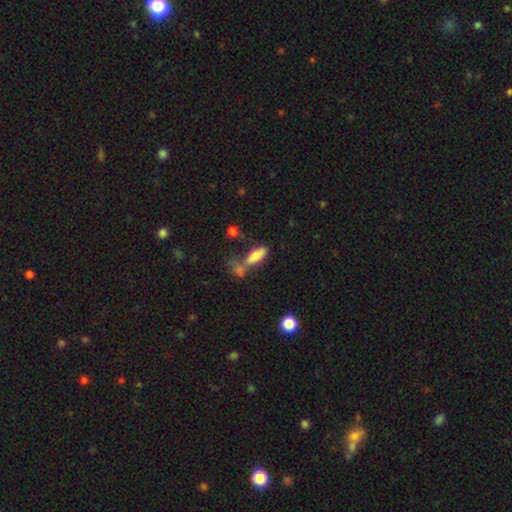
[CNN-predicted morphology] Smooth or featured? Predicted: smooth (p=0.74). How rounded? Predicted: in between (p=0.61). Merging? Predicted: none (p=0.43).